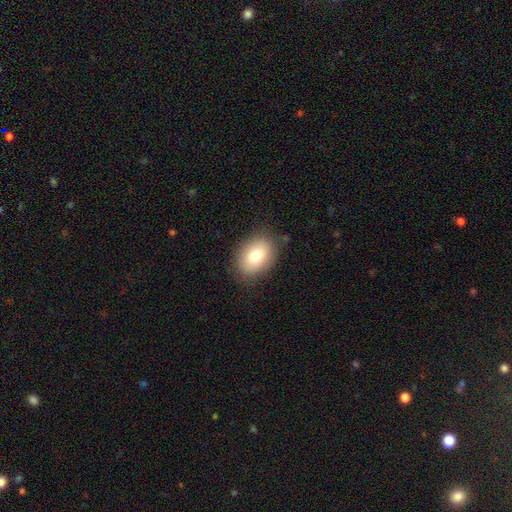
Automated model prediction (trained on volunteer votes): Smooth or featured? Predicted: smooth (p=0.78). How rounded? Predicted: in between (p=0.75). Merging? Predicted: none (p=0.83).